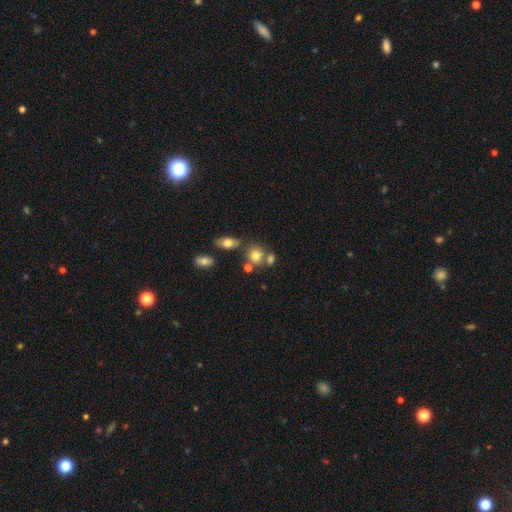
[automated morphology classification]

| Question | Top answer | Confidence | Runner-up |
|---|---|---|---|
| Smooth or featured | smooth | 76% | featured or disk (12%) |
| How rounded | round | 71% | in between (27%) |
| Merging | none | 55% | merger (28%) |